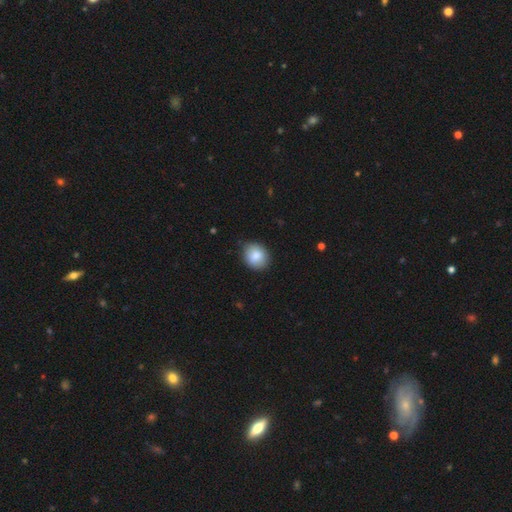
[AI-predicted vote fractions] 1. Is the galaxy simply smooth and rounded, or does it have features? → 86% smooth, 7% star or artifact, 7% featured or disk.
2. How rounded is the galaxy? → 70% round, 29% in between, 1% cigar-shaped.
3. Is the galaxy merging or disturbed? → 84% none, 12% minor disturbance, 2% major disturbance, 1% merger.